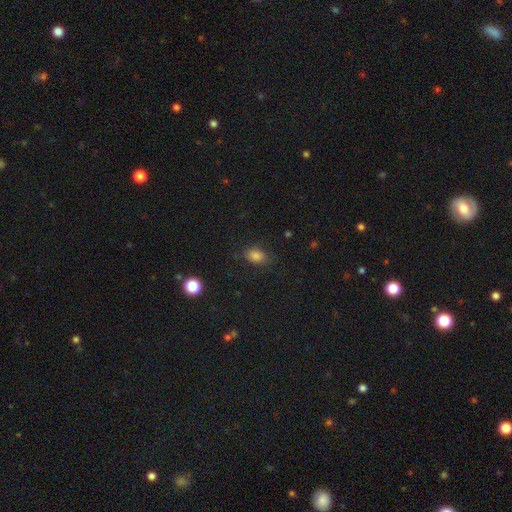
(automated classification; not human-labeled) smooth-or-featured: smooth: 83% | star or artifact: 12% | featured or disk: 5%
  how-rounded: in between: 76% | round: 23% | cigar-shaped: 1%
  merging: none: 80% | minor disturbance: 14% | major disturbance: 4% | merger: 1%